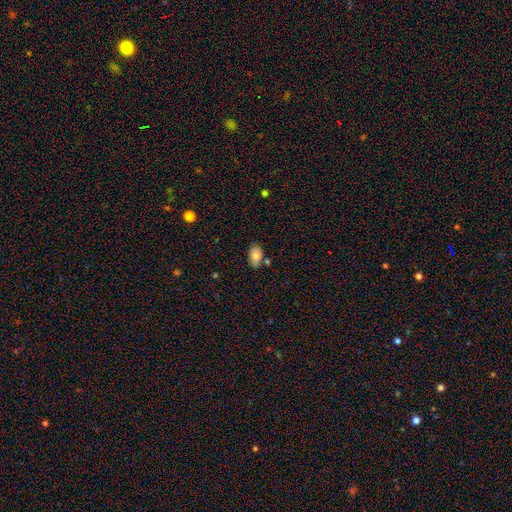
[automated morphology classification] Overall: smooth (82%). How rounded: in between (92%). Merging: none (71%).